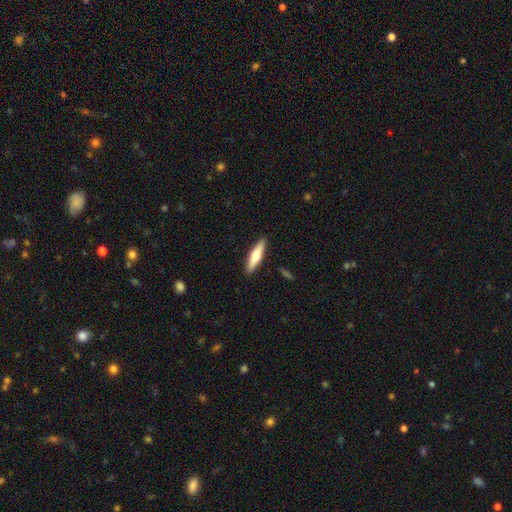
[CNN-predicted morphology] This is possibly a smooth galaxy (59%). How rounded: likely cigar-shaped (76%). Merging: clearly none (90%).